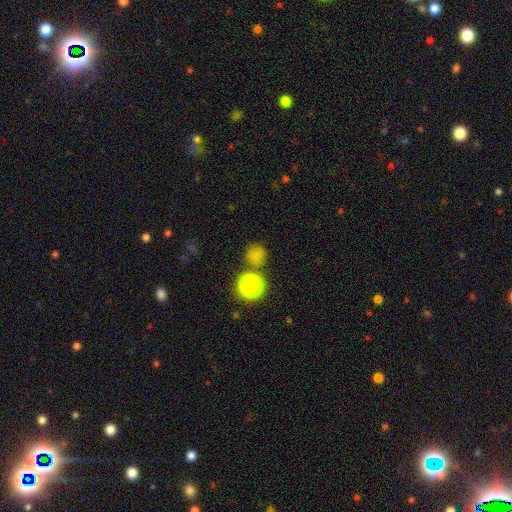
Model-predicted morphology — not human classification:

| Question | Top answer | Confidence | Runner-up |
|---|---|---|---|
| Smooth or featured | smooth | 72% | star or artifact (22%) |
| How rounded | round | 89% | in between (10%) |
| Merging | none | 73% | merger (11%) |